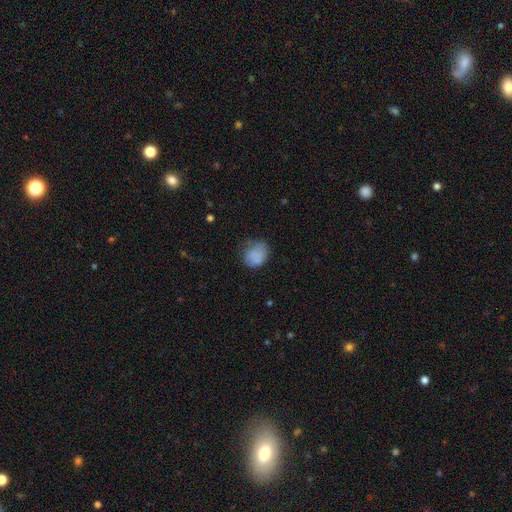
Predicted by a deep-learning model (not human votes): smooth-or-featured: smooth: 79% | featured or disk: 13% | star or artifact: 9%
  how-rounded: round: 62% | in between: 37% | cigar-shaped: 1%
  merging: none: 51% | minor disturbance: 32% | major disturbance: 15% | merger: 2%